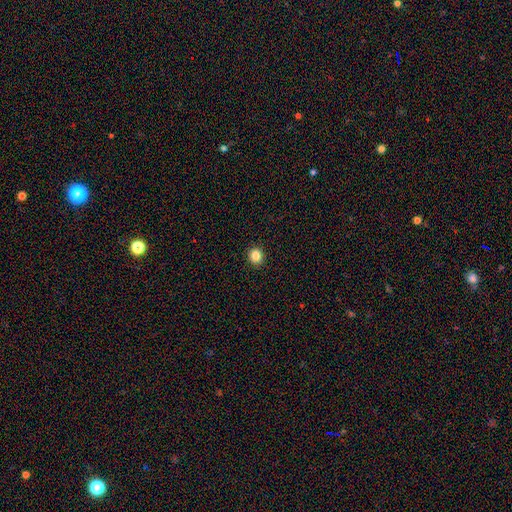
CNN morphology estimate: Q: Smooth or featured?
A: smooth (84%); runner-up: star or artifact (11%)
Q: How rounded?
A: round (88%); runner-up: in between (11%)
Q: Merging?
A: none (93%); runner-up: minor disturbance (5%)